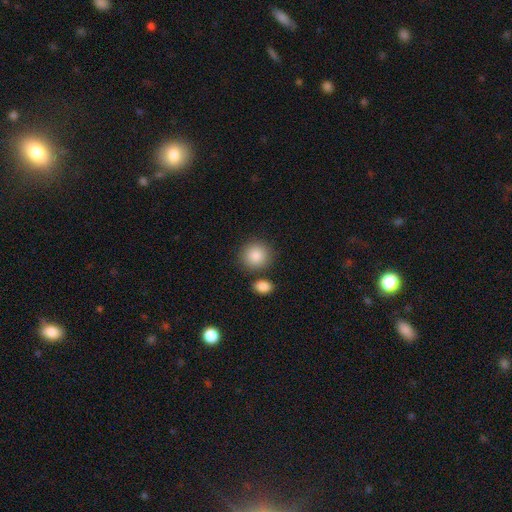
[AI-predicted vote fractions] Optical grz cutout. It shows a smooth galaxy with no disk features (88%) that is round (87%). Merging: none (77%).